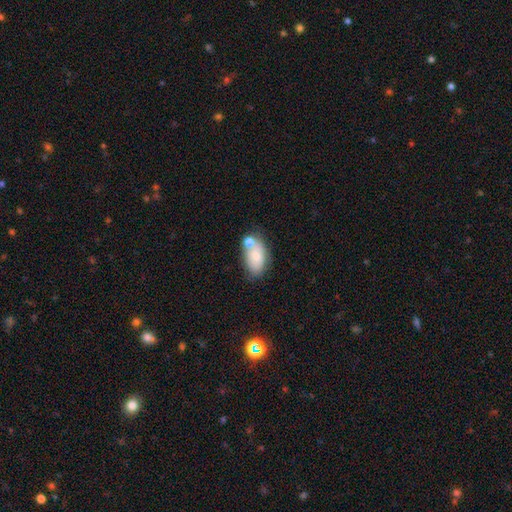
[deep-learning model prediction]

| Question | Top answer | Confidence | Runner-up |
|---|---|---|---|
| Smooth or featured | smooth | 74% | featured or disk (18%) |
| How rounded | in between | 91% | round (7%) |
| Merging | none | 48% | merger (26%) |